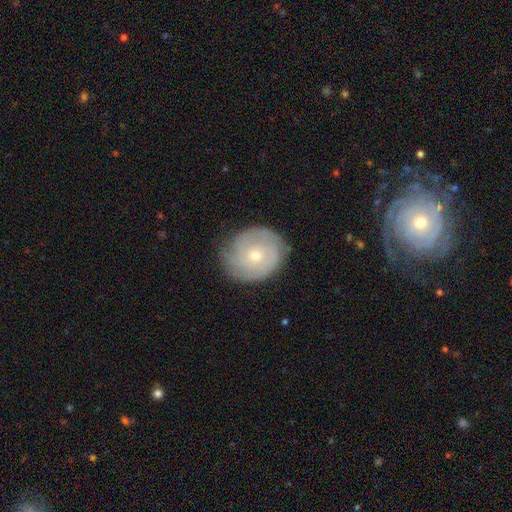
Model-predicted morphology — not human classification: smooth-or-featured: featured or disk: 69% | smooth: 24% | star or artifact: 7%
  disk-edge-on: no: 97% | yes: 3%
    bar: no: 79% | weak: 18% | strong: 3%
    has-spiral-arms: yes: 89% | no: 11%
      spiral-winding: tight: 72% | medium: 22% | loose: 6%
      spiral-arm-count: can't tell: 39% | 2: 23% | 3: 20% | 4: 8% | 1: 6% | more than 4: 5%
    bulge-size: small: 65% | moderate: 32% | large: 1% | none: 1% | dominant: 1%
  merging: none: 77% | minor disturbance: 17% | major disturbance: 5% | merger: 1%